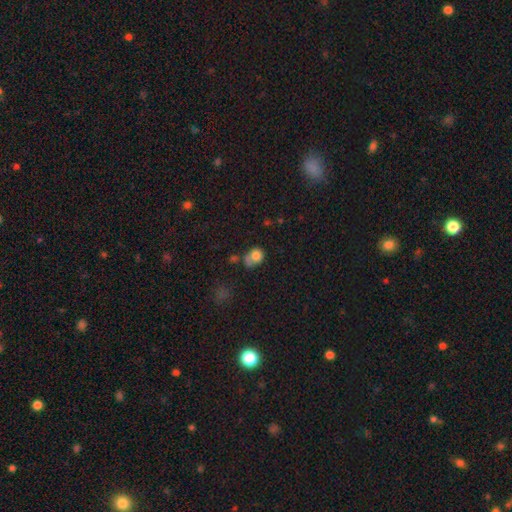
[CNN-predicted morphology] Overall: smooth (78%). How rounded: round (66%; in between 33%). Merging: none (40%; minor disturbance 25%).